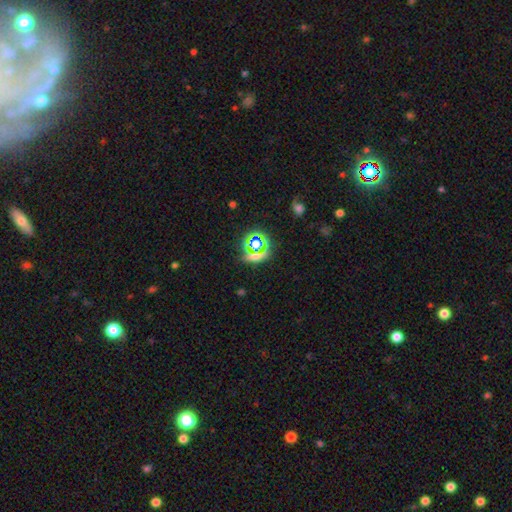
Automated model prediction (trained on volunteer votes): A star or artifact, not a galaxy (55%).